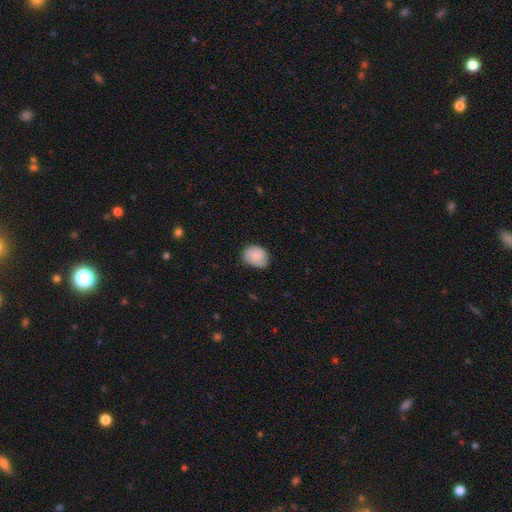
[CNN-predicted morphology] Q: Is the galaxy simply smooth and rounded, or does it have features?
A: smooth — 65%.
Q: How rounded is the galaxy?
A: round — 50%.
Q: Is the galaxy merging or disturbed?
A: none — 71%.